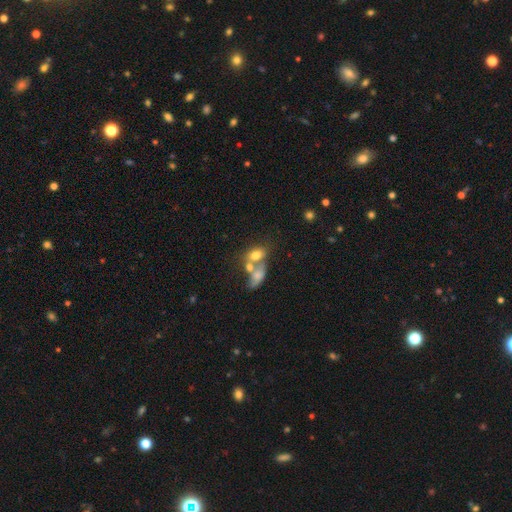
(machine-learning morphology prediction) A smooth galaxy with no disk features (68%) that is in between round and cigar-shaped (77%). Merging: merger (57%).